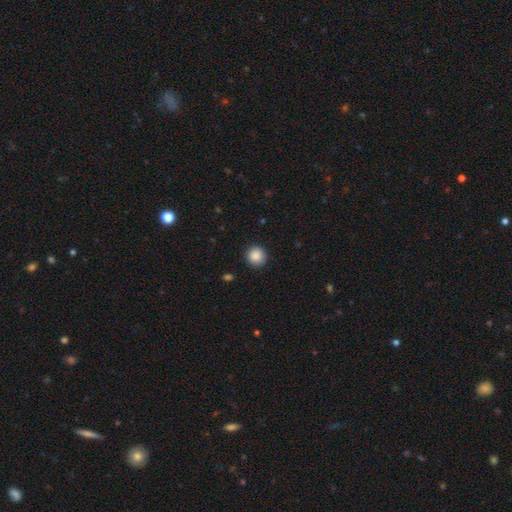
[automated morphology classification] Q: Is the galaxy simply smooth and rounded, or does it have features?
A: smooth — 88%.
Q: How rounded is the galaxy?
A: round — 93%.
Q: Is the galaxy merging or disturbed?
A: none — 91%.